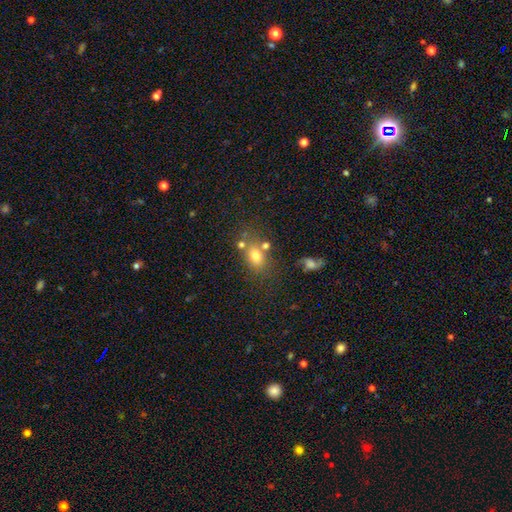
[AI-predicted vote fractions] This appears to be a smooth galaxy with no disk features (71%) that is in between round and cigar-shaped (65%). Merging: none (60%).